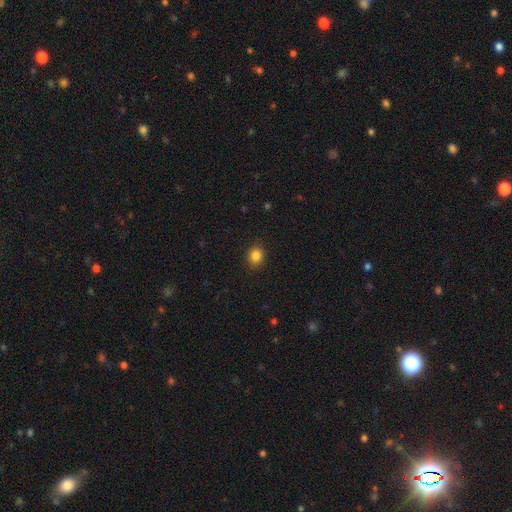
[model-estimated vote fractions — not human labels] The model was most divided on "how rounded": round: 65%, in between: 34%, cigar-shaped: 1%. More confident: merging — none (90%); smooth or featured — smooth (85%).